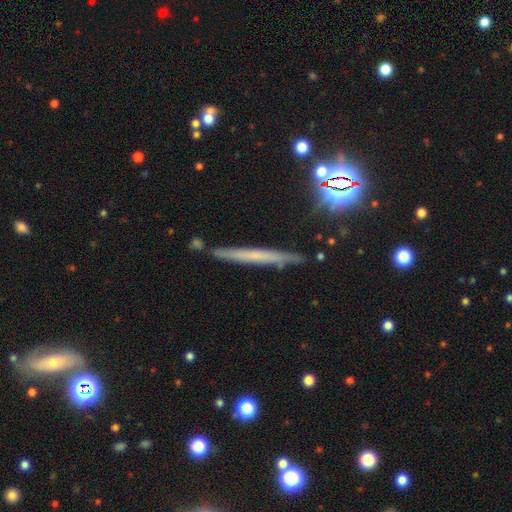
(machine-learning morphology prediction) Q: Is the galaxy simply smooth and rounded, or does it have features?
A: featured or disk — 45%.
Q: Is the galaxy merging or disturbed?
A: none — 85%.